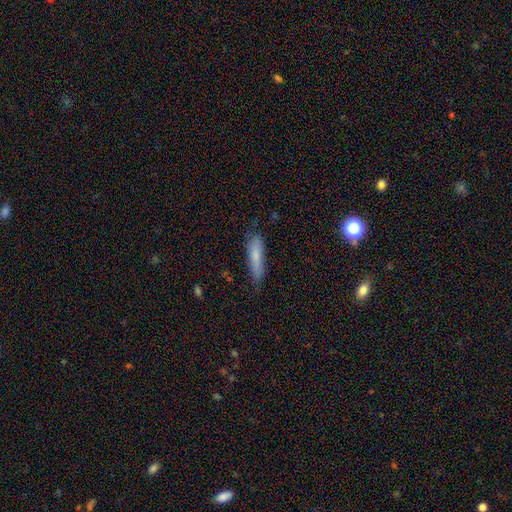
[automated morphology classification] smooth 75%, featured or disk 18%, star or artifact 8%. Down the decision tree: how rounded — cigar-shaped (81%); merging — none (74%).